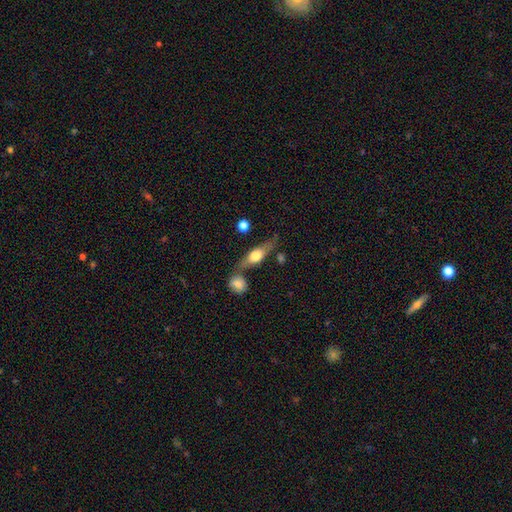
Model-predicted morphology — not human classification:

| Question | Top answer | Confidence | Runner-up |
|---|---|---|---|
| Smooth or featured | smooth | 54% | featured or disk (40%) |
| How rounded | in between | 54% | cigar-shaped (40%) |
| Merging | none | 59% | merger (18%) |